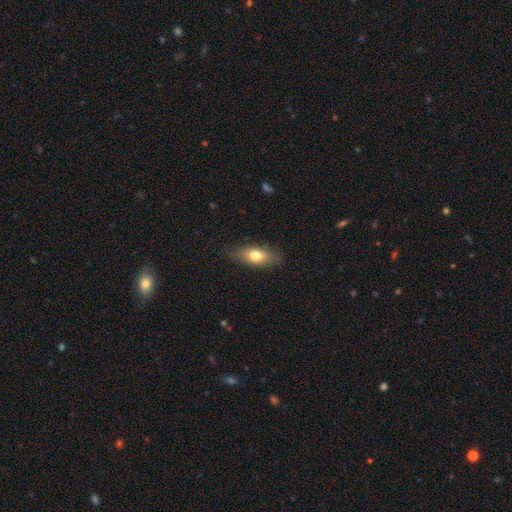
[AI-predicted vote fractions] Smooth or featured: smooth — 74% (featured or disk — 19%)
How rounded: in between — 80% (cigar-shaped — 13%)
Merging: none — 80% (minor disturbance — 16%)